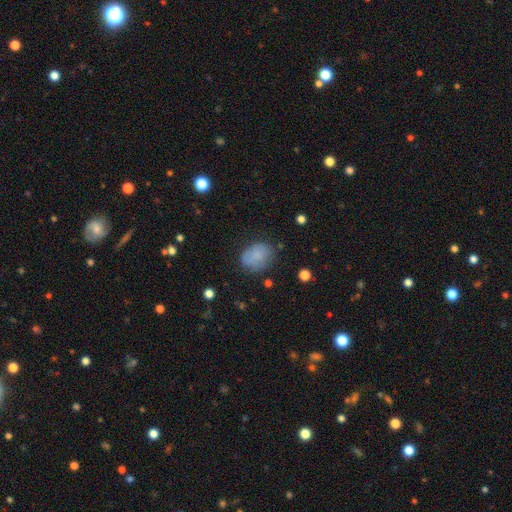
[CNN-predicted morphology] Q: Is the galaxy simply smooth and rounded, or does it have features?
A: smooth — 81%.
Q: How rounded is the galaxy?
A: in between — 67%.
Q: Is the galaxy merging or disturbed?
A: none — 70%.